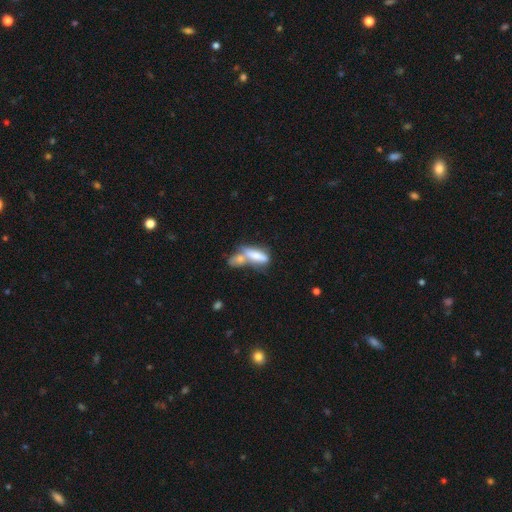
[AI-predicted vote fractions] Smooth or featured? smooth (71%)
How rounded? in between (59%)
Merging? merger (61%)